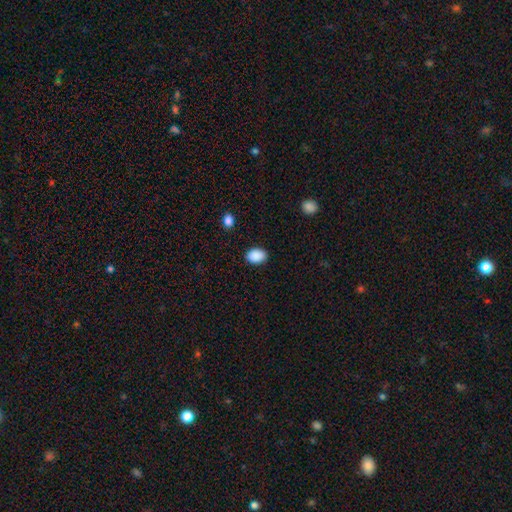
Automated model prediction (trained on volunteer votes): Morphology: type=smooth (90%); roundness=in between (78%); merging=none (87%).